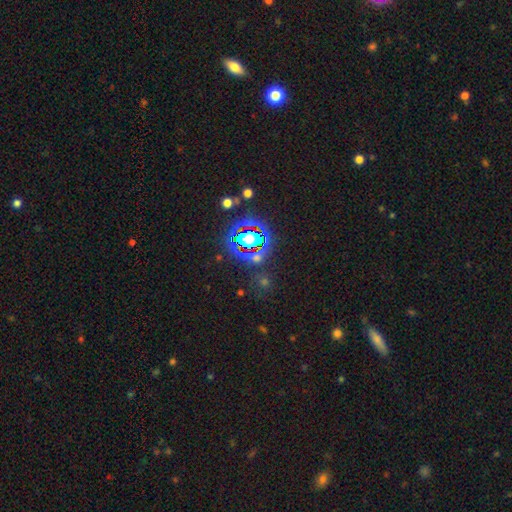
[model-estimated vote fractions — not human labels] Morphology: type=star or artifact (74%).